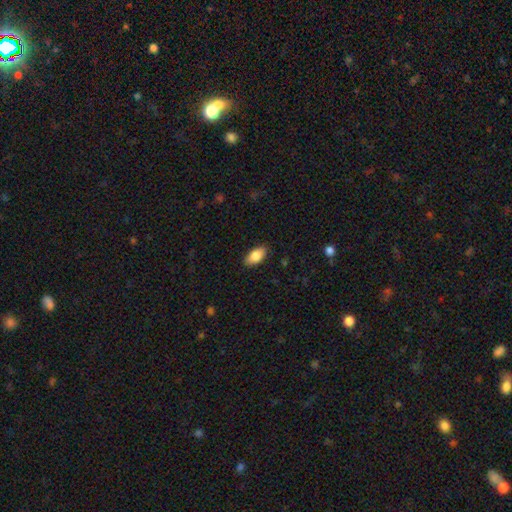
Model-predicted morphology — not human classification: Overall: smooth (85%). How rounded: in between (92%). Merging: none (86%).